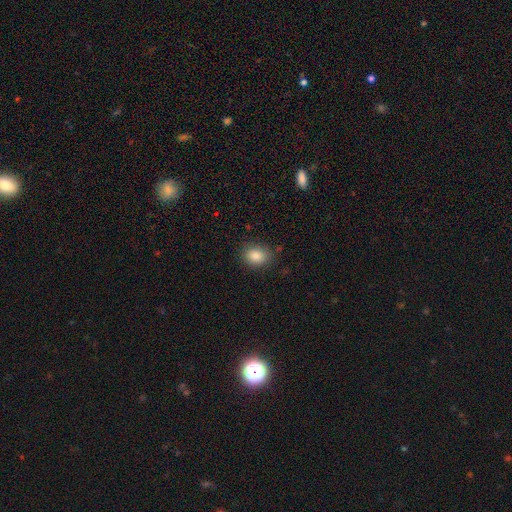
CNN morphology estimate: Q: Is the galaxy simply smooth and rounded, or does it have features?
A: smooth — 86%.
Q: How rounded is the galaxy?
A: in between — 58%.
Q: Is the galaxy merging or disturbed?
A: none — 82%.